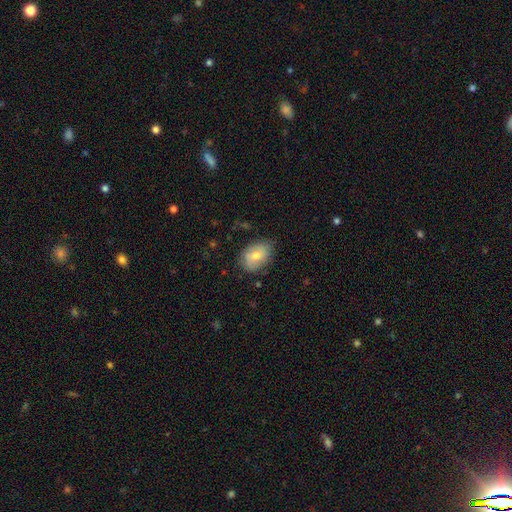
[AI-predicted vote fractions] Smooth or featured? Predicted: smooth (p=0.71). How rounded? Predicted: in between (p=0.82). Merging? Predicted: none (p=0.74).